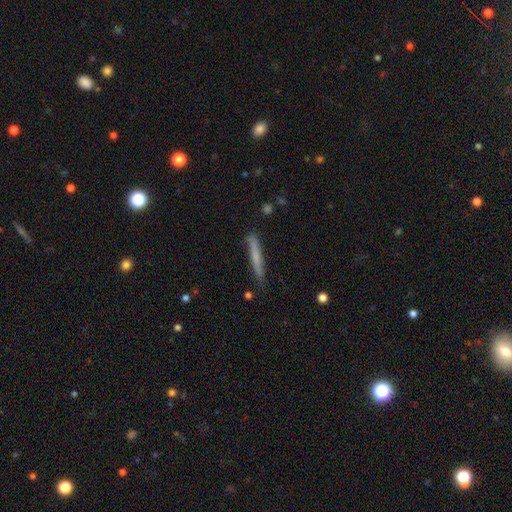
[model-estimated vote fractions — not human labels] Smooth or featured: smooth — 62% (featured or disk — 31%)
How rounded: cigar-shaped — 96% (in between — 3%)
Merging: none — 78% (minor disturbance — 17%)